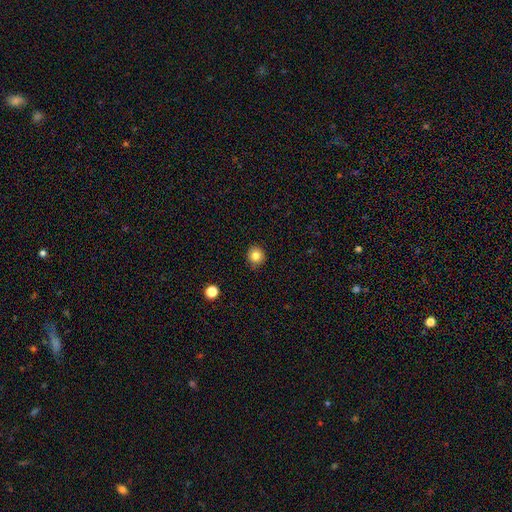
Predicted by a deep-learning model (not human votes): Q: Smooth or featured?
A: smooth (82%); runner-up: star or artifact (11%)
Q: How rounded?
A: round (89%); runner-up: in between (10%)
Q: Merging?
A: none (89%); runner-up: minor disturbance (8%)